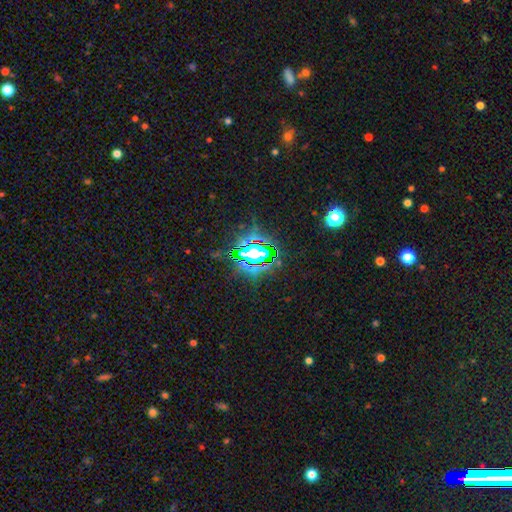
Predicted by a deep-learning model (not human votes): Smooth or featured? star or artifact (75%)